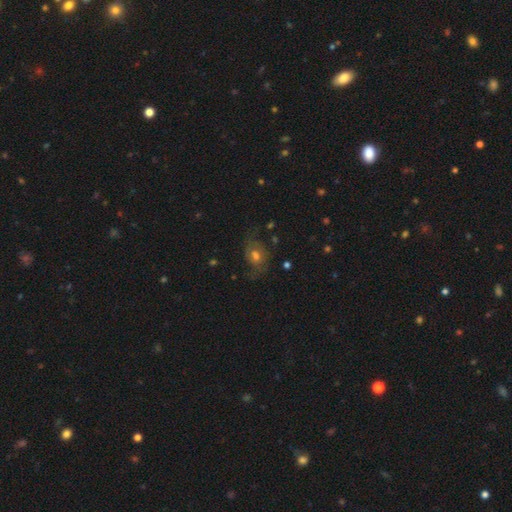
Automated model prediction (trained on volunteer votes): smooth-or-featured: featured or disk: 46% | smooth: 35% | star or artifact: 19%
  merging: none: 61% | minor disturbance: 20% | major disturbance: 16% | merger: 3%